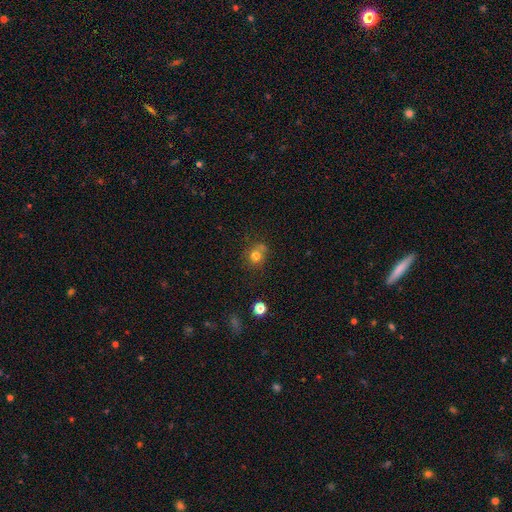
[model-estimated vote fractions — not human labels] smooth-or-featured: smooth: 77% | star or artifact: 13% | featured or disk: 9%
  how-rounded: round: 80% | in between: 19% | cigar-shaped: 1%
  merging: none: 58% | minor disturbance: 18% | merger: 17% | major disturbance: 7%